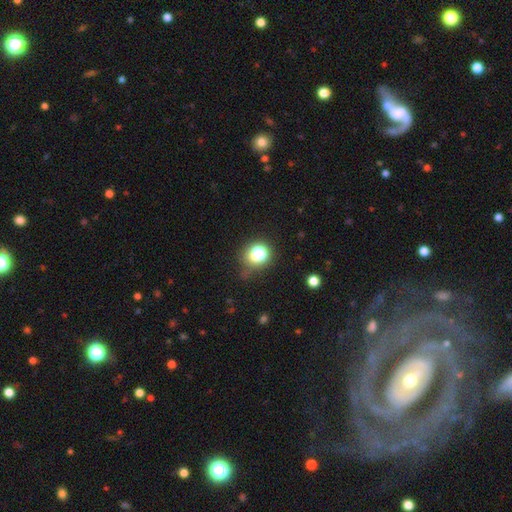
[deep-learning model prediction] Smooth or featured: smooth — 74% (star or artifact — 17%)
How rounded: round — 73% (in between — 26%)
Merging: none — 65% (minor disturbance — 18%)